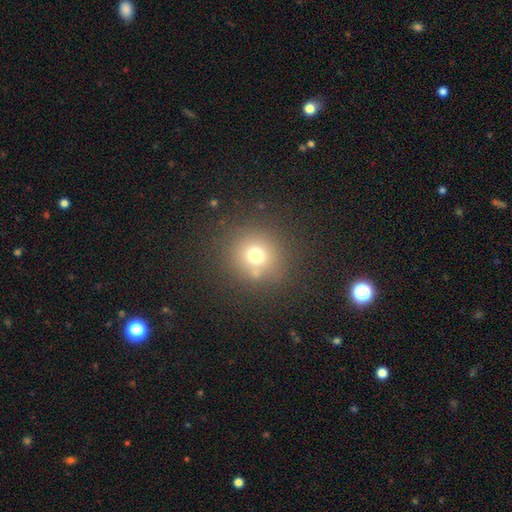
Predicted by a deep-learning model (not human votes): A smooth galaxy with no disk features (70%) that is round (92%). Merging: none (82%).